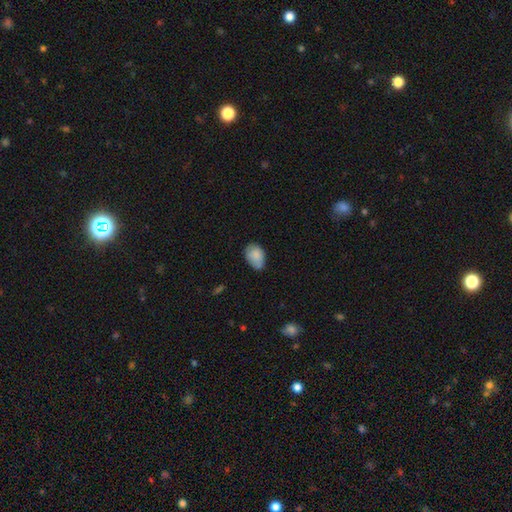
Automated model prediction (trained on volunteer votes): smooth 84%, featured or disk 8%, star or artifact 8%. Down the decision tree: how rounded — in between (83%); merging — none (53%).